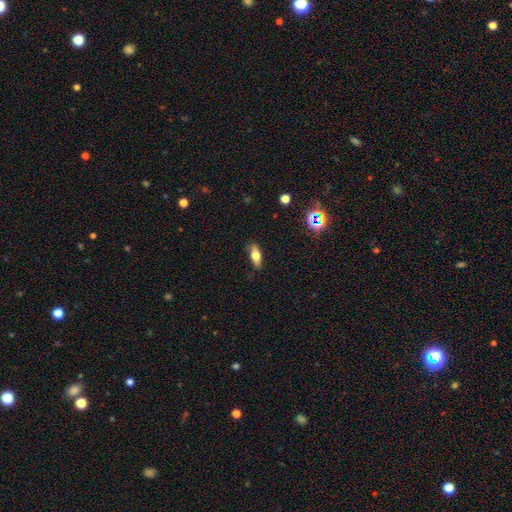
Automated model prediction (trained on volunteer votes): Q: Smooth or featured?
A: smooth (65%); runner-up: featured or disk (26%)
Q: How rounded?
A: in between (69%); runner-up: cigar-shaped (27%)
Q: Merging?
A: none (81%); runner-up: minor disturbance (14%)